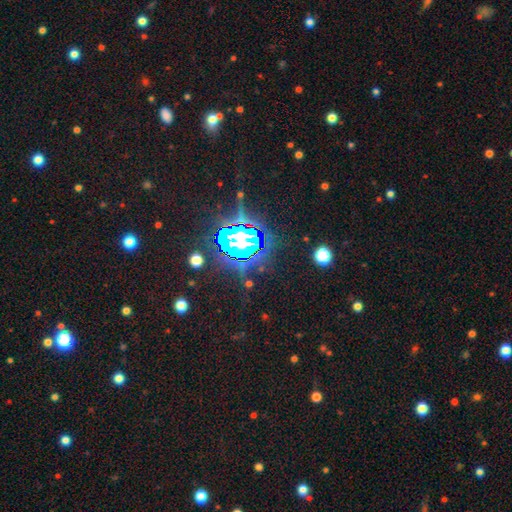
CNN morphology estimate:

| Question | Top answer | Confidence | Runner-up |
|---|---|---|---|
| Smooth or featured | star or artifact | 83% | smooth (10%) |